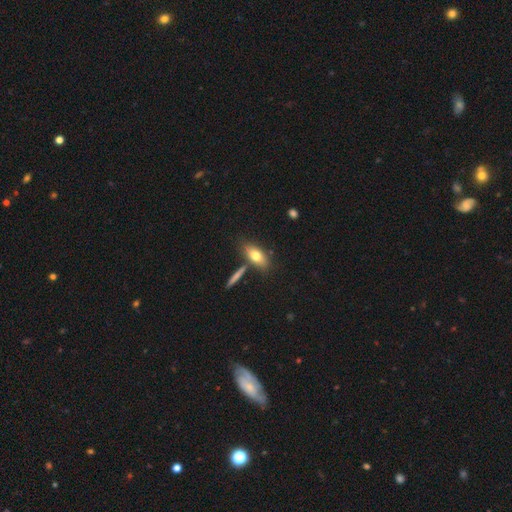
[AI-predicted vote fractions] Smooth or featured? Predicted: smooth (p=0.73). How rounded? Predicted: in between (p=0.80). Merging? Predicted: none (p=0.68).